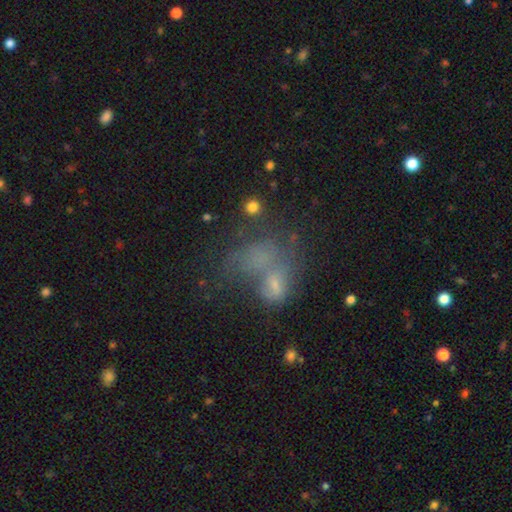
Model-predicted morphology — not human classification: Q: Smooth or featured?
A: smooth (44%); runner-up: featured or disk (33%)
Q: Merging?
A: merger (36%); runner-up: major disturbance (28%)